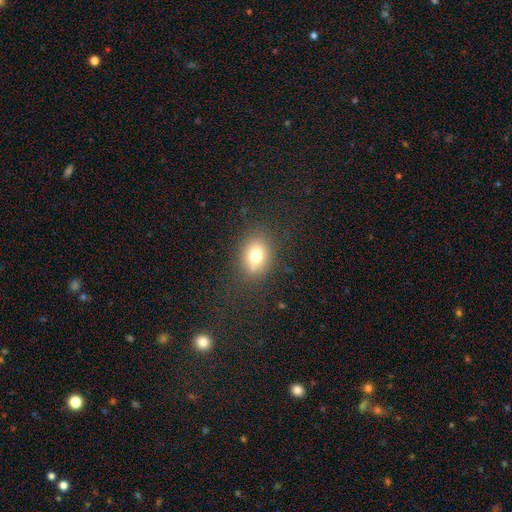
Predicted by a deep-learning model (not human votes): Morphology: type=smooth (75%); roundness=in between (56%); merging=none (80%).